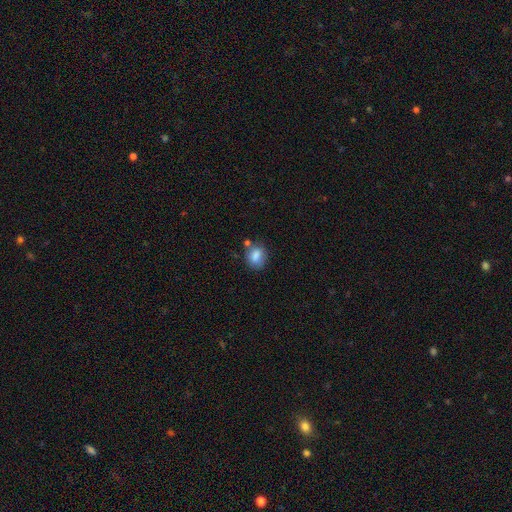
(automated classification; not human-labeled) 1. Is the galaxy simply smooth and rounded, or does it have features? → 83% smooth, 9% star or artifact, 8% featured or disk.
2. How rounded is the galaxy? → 53% in between, 46% round, 1% cigar-shaped.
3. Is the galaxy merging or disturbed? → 64% none, 19% minor disturbance, 12% merger, 5% major disturbance.